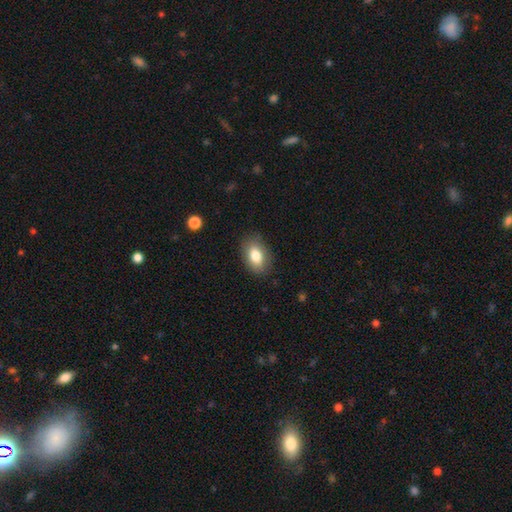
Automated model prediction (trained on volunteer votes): Smooth or featured? smooth (80%)
How rounded? in between (88%)
Merging? none (85%)